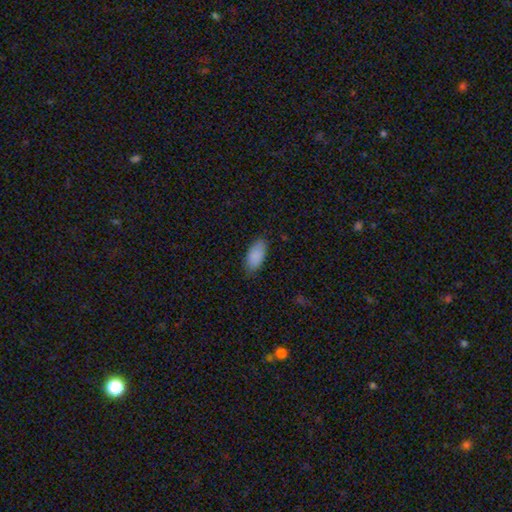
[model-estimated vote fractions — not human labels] smooth 89%, star or artifact 7%, featured or disk 4%. Down the decision tree: how rounded — in between (92%); merging — none (80%).